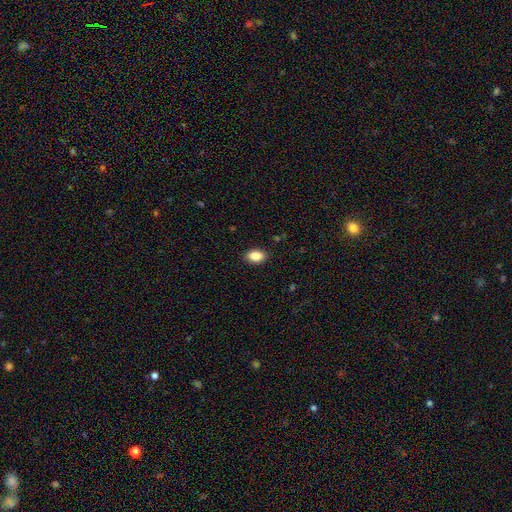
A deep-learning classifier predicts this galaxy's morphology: A smooth galaxy with no disk features (87%) that is in between round and cigar-shaped (86%). Merging: none (89%).